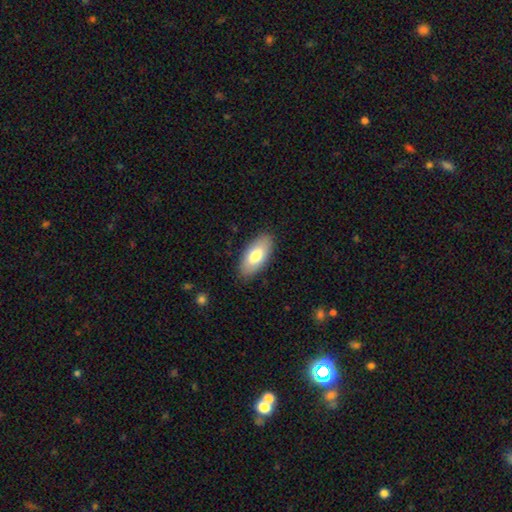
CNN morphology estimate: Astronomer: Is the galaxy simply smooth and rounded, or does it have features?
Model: smooth — 75%.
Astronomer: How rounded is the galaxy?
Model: in between — 90%.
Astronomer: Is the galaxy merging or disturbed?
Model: none — 87%.